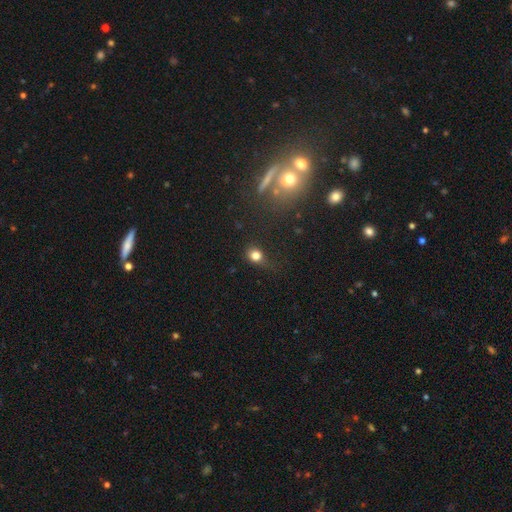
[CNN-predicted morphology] This is likely a smooth galaxy (78%). How rounded: likely round (73%). Merging: possibly none (56%).